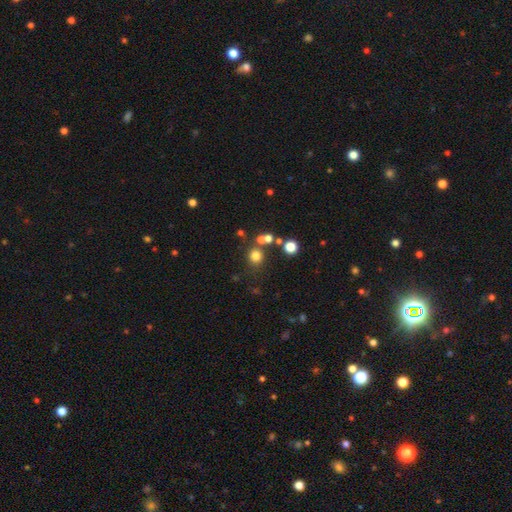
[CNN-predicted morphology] The model was most divided on "merging": none: 71%, merger: 16%, minor disturbance: 9%, major disturbance: 5%. More confident: how rounded — round (86%); smooth or featured — smooth (75%).